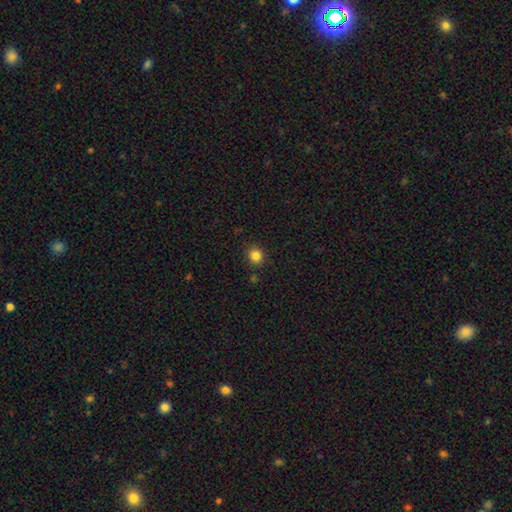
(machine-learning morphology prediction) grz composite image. It shows a smooth galaxy with no disk features (84%) that is round (80%). Merging: none (87%).